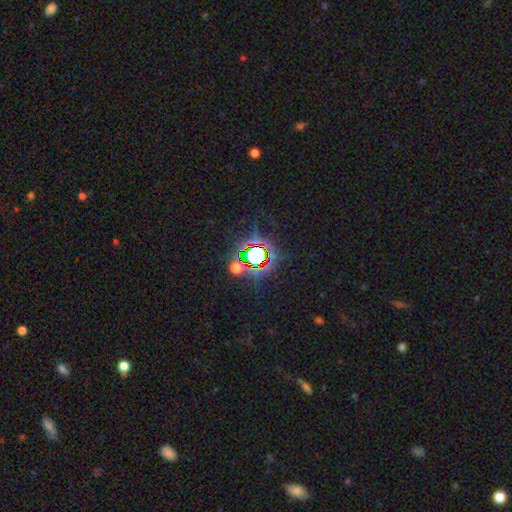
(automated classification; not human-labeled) Overall: star or artifact (72%).